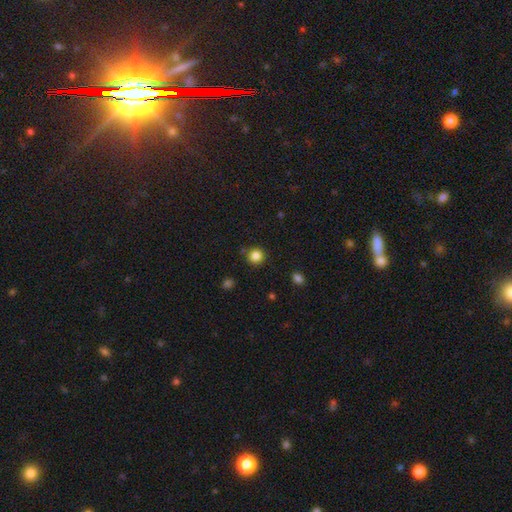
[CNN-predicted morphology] This is clearly a smooth galaxy (84%). How rounded: clearly round (92%). Merging: clearly none (86%).